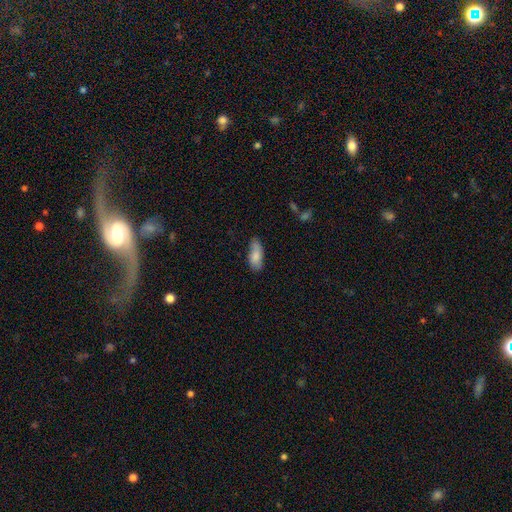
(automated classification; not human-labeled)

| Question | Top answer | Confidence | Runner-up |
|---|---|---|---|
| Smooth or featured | smooth | 80% | featured or disk (13%) |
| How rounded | in between | 81% | cigar-shaped (17%) |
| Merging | none | 66% | minor disturbance (26%) |